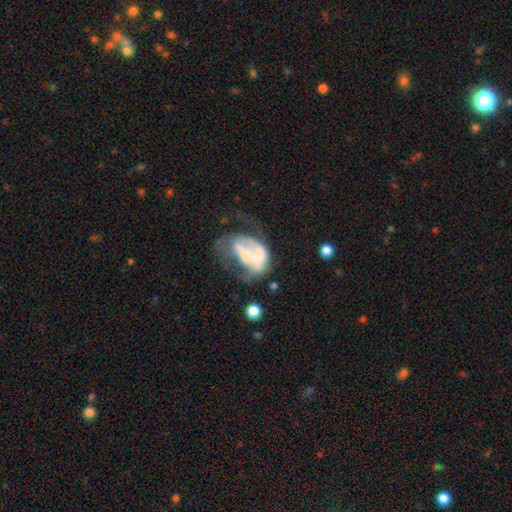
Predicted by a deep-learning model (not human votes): Smooth or featured? Predicted: featured or disk (p=0.52). Edge-on disk? Predicted: no (p=0.97). Bar? Predicted: no (p=0.79). Spiral arms? Predicted: no (p=0.82). Bulge size? Predicted: none (p=0.50). Merging? Predicted: major disturbance (p=0.52).